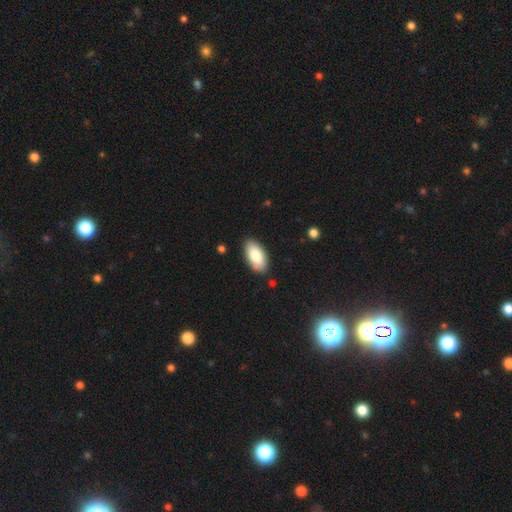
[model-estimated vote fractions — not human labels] Q: Smooth or featured?
A: smooth (81%); runner-up: featured or disk (13%)
Q: How rounded?
A: in between (94%); runner-up: cigar-shaped (3%)
Q: Merging?
A: none (86%); runner-up: minor disturbance (10%)